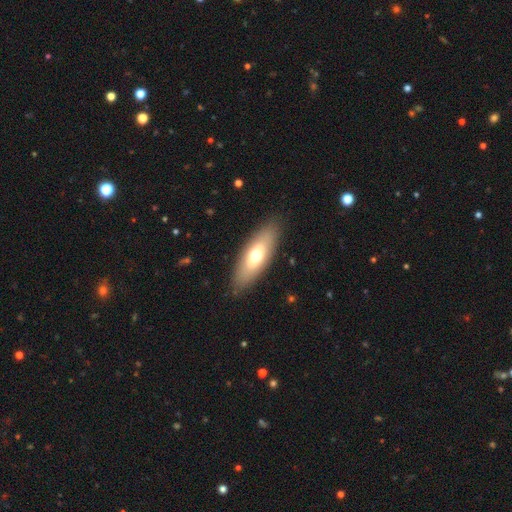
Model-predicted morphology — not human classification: type=smooth (60%); roundness=in between (71%); merging=none (86%).